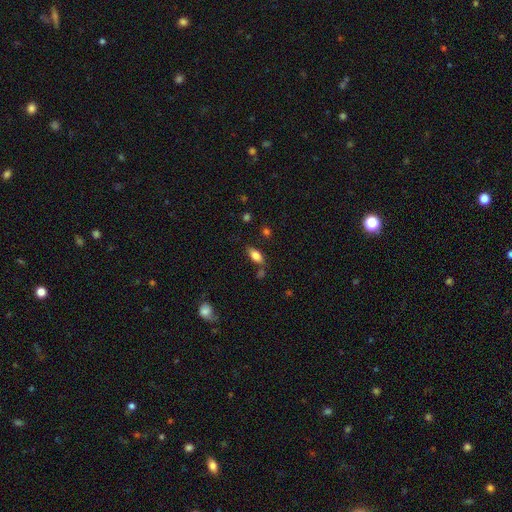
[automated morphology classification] This appears to be a smooth galaxy with no disk features (74%) that is in between round and cigar-shaped (80%). Merging: none (71%).